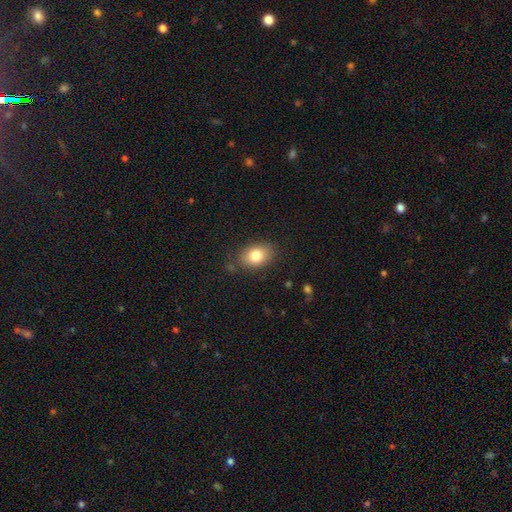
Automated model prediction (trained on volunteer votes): Morphology: type=smooth (81%); roundness=in between (79%); merging=none (81%).